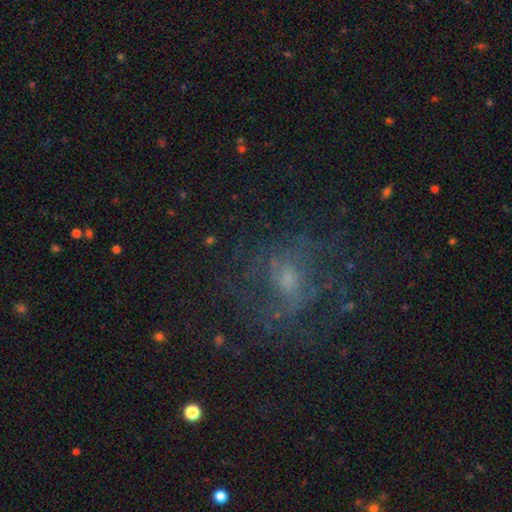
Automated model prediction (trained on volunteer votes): Smooth or featured: featured or disk — 56% (star or artifact — 23%)
Edge-on disk: no — 96% (yes — 4%)
Bar: no — 55% (weak — 37%)
Spiral arms: yes — 66% (no — 34%)
Bulge size: small — 42% (moderate — 39%)
Merging: none — 64% (major disturbance — 18%)